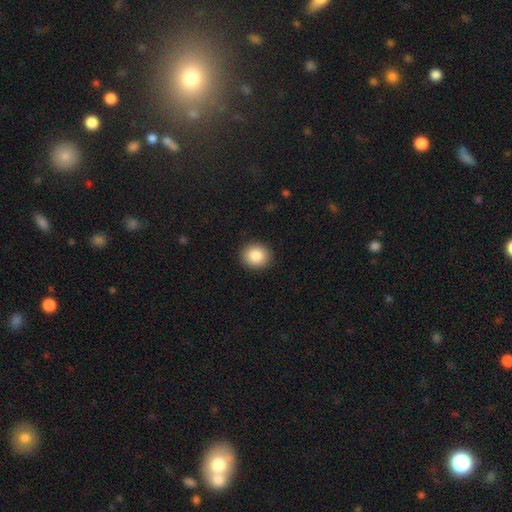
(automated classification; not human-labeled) This appears to be a smooth galaxy with no disk features (85%) that is round (85%). Merging: none (92%).